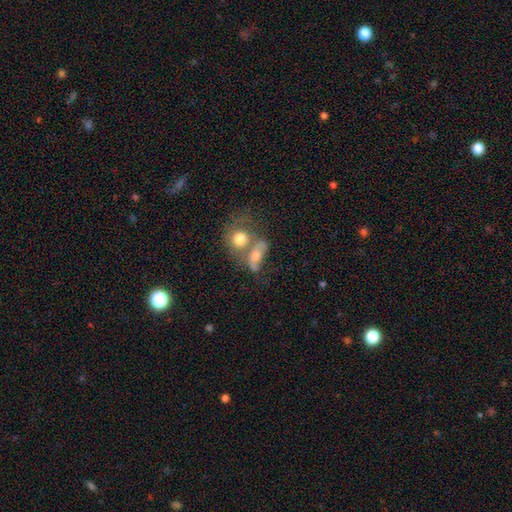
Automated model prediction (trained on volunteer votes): Overall: smooth (63%; featured or disk 26%). How rounded: in between (61%; round 32%). Merging: merger (56%; none 23%).